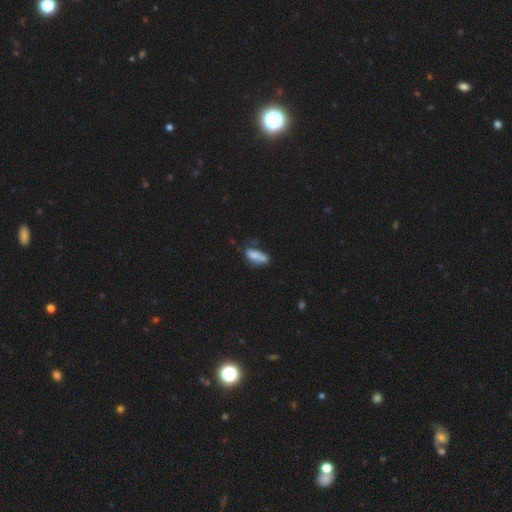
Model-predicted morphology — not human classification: Overall: smooth (70%). How rounded: in between (77%). Merging: none (34%; merger 27%).